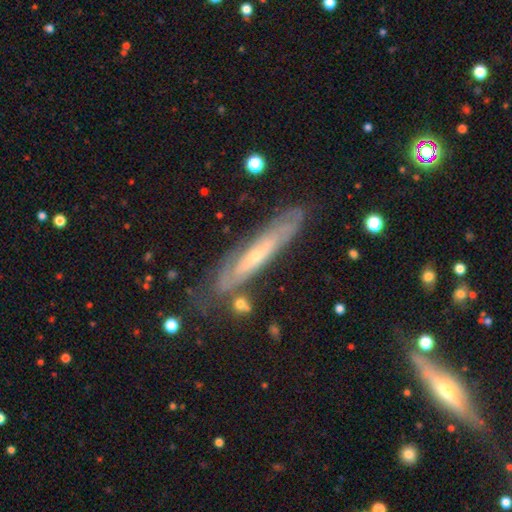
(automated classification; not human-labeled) This is likely a featured or disk galaxy (70%). It is possibly not viewed edge-on (51%). Merging: likely none (72%).